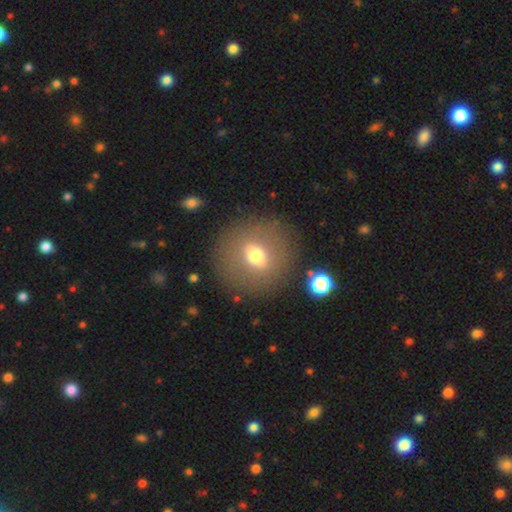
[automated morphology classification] smooth 57%, featured or disk 28%, star or artifact 14%. Down the decision tree: how rounded — round (79%); merging — none (85%).